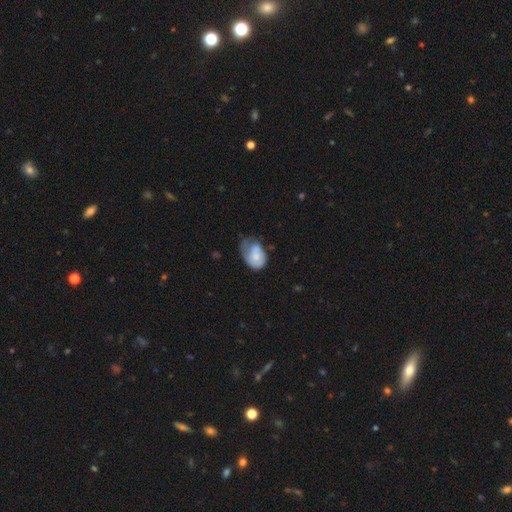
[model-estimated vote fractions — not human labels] smooth 59%, featured or disk 34%, star or artifact 7%. Down the decision tree: how rounded — in between (76%); merging — major disturbance (37%).